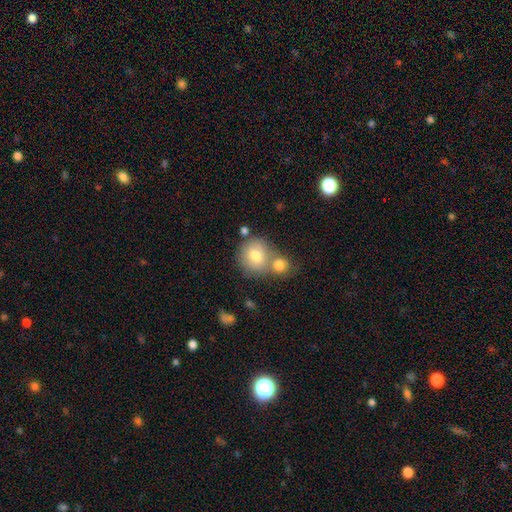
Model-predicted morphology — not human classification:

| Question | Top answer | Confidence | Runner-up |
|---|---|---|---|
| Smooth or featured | smooth | 74% | featured or disk (17%) |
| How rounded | round | 84% | in between (15%) |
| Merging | none | 46% | merger (40%) |